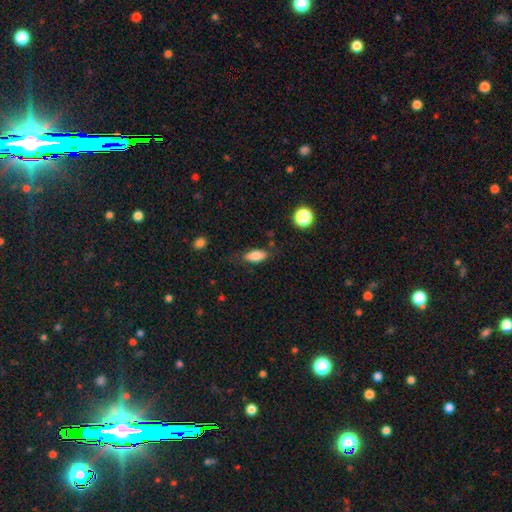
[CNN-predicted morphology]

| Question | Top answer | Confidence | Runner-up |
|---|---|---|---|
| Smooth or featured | smooth | 81% | featured or disk (10%) |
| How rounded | in between | 84% | cigar-shaped (12%) |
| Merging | none | 72% | minor disturbance (19%) |